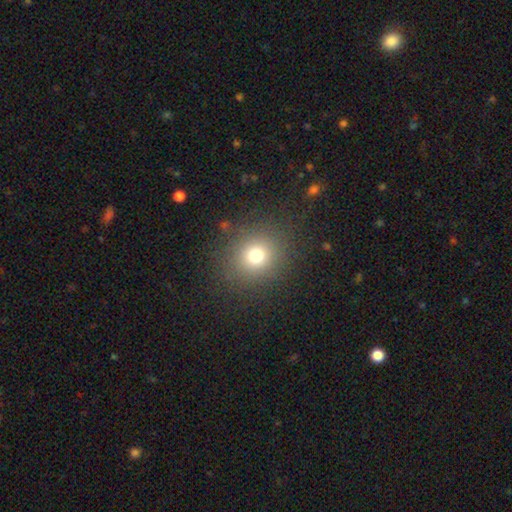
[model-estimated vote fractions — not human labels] A smooth galaxy with no disk features (75%) that is round (80%).

Vote fractions:
- Smooth or featured? smooth: 75% / star or artifact: 16% / featured or disk: 9%
- How rounded? round: 80% / in between: 19% / cigar-shaped: 1%
- Merging? none: 86% / minor disturbance: 8% / major disturbance: 5% / merger: 1%